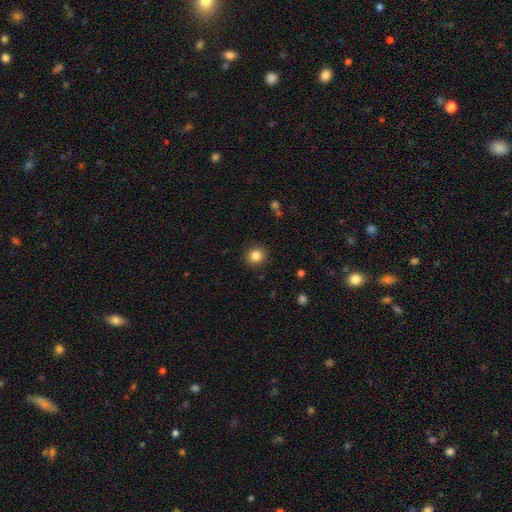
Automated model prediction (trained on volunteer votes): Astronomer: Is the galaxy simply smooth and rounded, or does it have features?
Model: smooth — 84%.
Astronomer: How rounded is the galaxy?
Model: round — 88%.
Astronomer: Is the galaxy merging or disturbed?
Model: none — 91%.